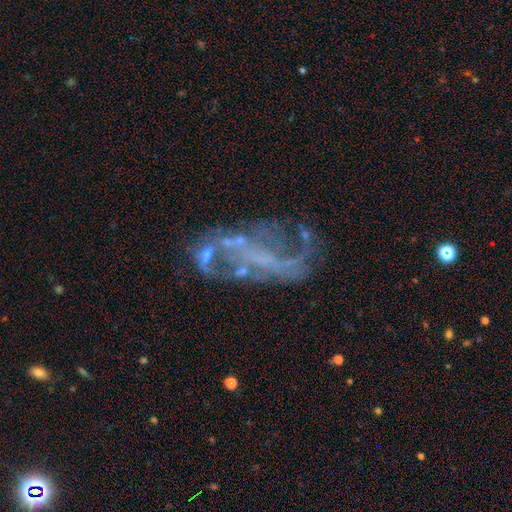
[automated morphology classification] The model was most divided on "spiral arms": yes: 55%, no: 45%. Remaining: edge-on disk — no (94%); smooth or featured — featured or disk (71%); bulge size — none (69%); bar — no (49%); merging — none (45%).